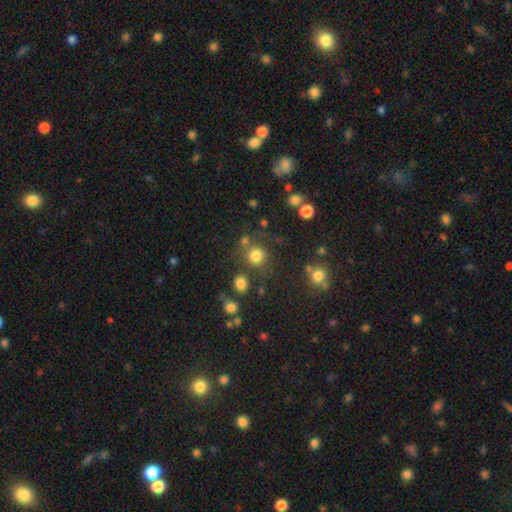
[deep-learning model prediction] smooth-or-featured: smooth: 79% | star or artifact: 14% | featured or disk: 7%
  how-rounded: round: 89% | in between: 10% | cigar-shaped: 1%
  merging: none: 72% | merger: 11% | minor disturbance: 11% | major disturbance: 6%